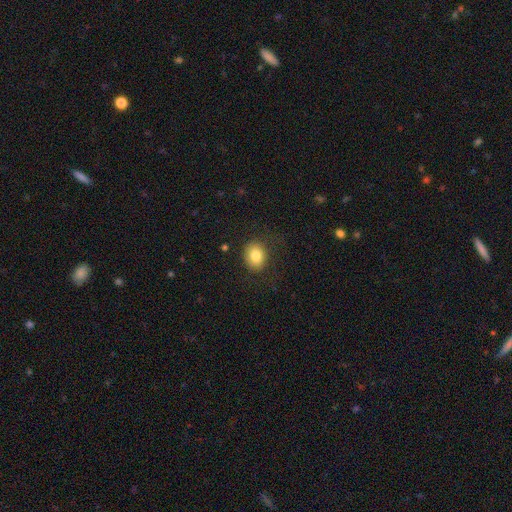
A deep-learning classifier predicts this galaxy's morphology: Smooth or featured?
  - smooth: 82% *
  - star or artifact: 10%
  - featured or disk: 8%
How rounded?
  - round: 55% *
  - in between: 44%
  - cigar-shaped: 1%
Merging?
  - none: 79% *
  - minor disturbance: 14%
  - major disturbance: 6%
  - merger: 1%